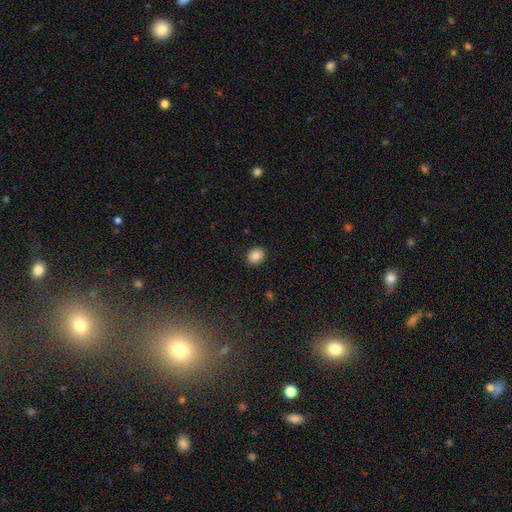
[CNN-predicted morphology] smooth 85%, star or artifact 9%, featured or disk 6%. Down the decision tree: how rounded — round (57%); merging — none (90%).